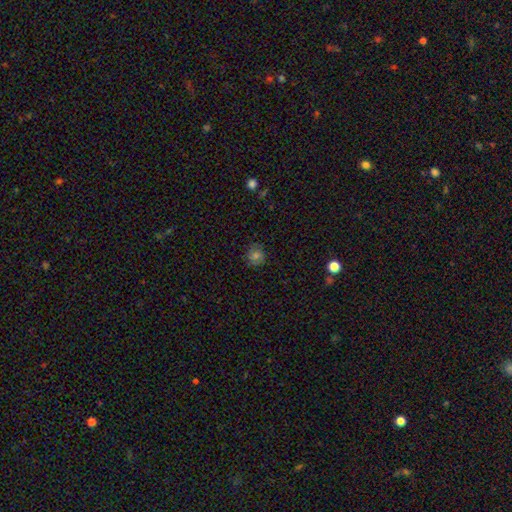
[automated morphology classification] Q: Smooth or featured?
A: smooth (70%); runner-up: star or artifact (17%)
Q: How rounded?
A: round (85%); runner-up: in between (14%)
Q: Merging?
A: none (83%); runner-up: minor disturbance (13%)